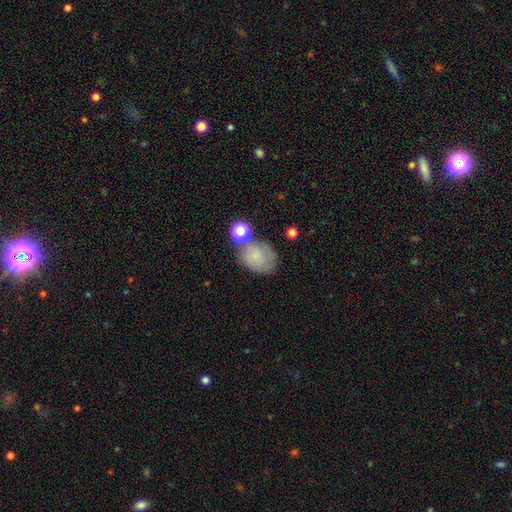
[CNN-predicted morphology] type=smooth (69%); roundness=in between (55%); merging=none (49%).